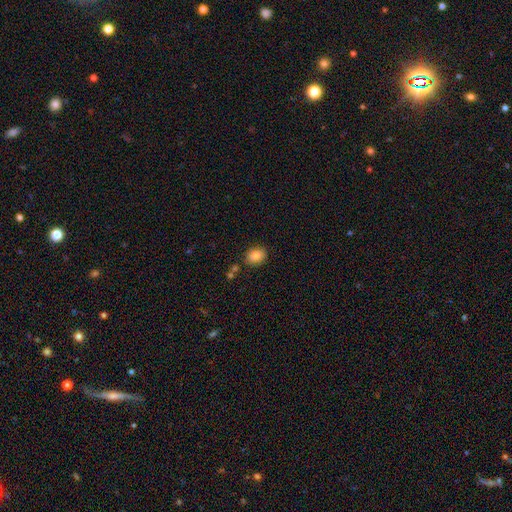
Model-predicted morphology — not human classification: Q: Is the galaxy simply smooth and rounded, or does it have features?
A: smooth — 87%.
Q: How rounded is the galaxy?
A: in between — 64%.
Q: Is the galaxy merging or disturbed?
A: none — 83%.